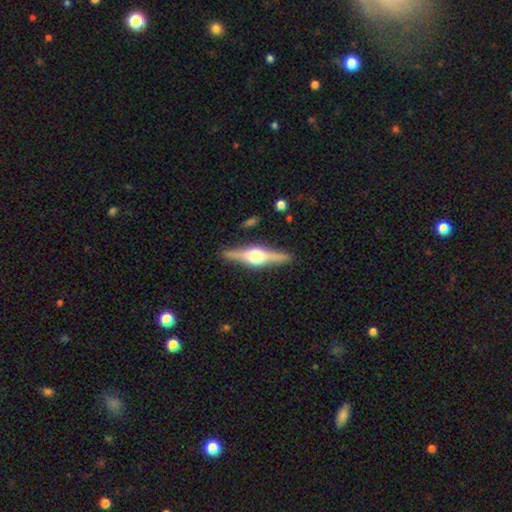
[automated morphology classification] Overall: featured or disk (78%). Edge-on disk: yes (98%). Edge-on bulge: rounded (93%). Merging: none (89%).